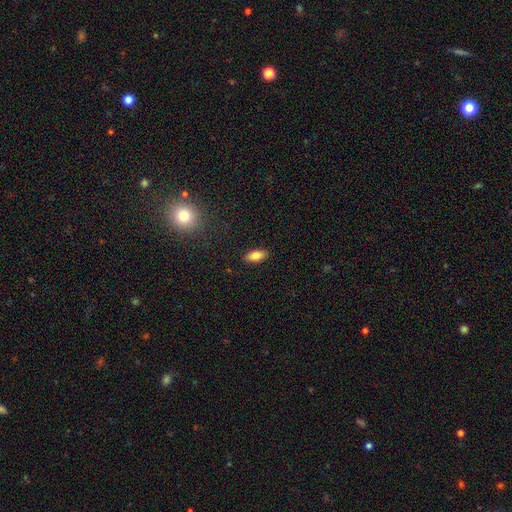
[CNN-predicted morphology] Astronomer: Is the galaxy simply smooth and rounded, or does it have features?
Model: smooth — 81%.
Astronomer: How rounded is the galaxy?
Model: in between — 86%.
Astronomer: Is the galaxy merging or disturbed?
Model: none — 89%.